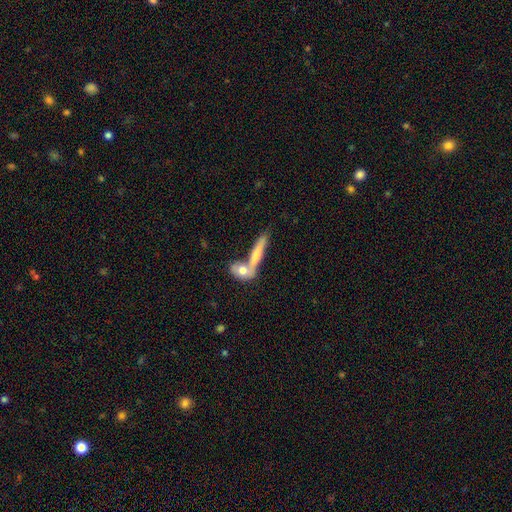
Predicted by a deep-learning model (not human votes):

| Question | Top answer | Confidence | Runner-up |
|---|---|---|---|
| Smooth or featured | smooth | 64% | featured or disk (29%) |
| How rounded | cigar-shaped | 69% | in between (25%) |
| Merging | merger | 45% | none (40%) |